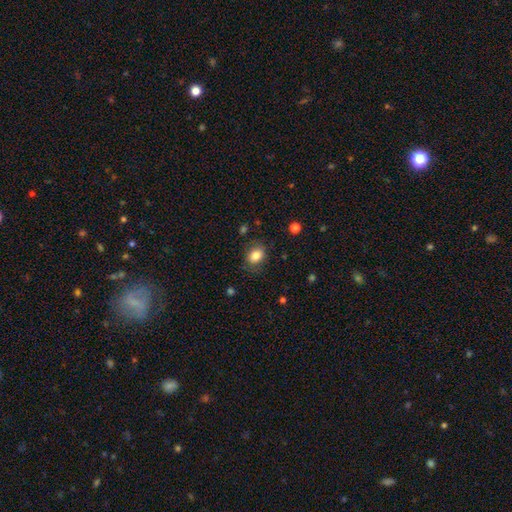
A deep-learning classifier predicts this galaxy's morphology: The model was most divided on "how rounded": in between: 57%, round: 42%, cigar-shaped: 1%. More confident: smooth or featured — smooth (83%); merging — none (78%).